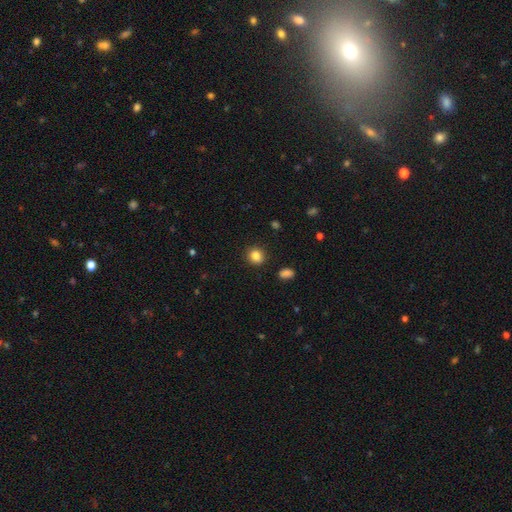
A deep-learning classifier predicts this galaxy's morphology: Q: Smooth or featured?
A: smooth (85%); runner-up: star or artifact (10%)
Q: How rounded?
A: round (78%); runner-up: in between (21%)
Q: Merging?
A: none (89%); runner-up: minor disturbance (7%)